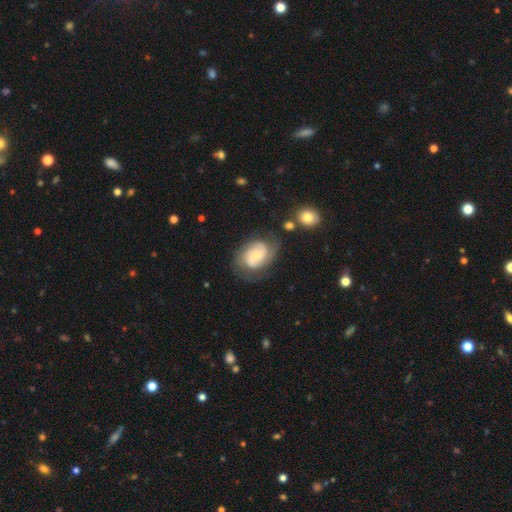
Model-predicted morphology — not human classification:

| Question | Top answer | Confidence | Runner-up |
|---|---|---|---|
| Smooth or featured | featured or disk | 65% | smooth (28%) |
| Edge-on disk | no | 97% | yes (3%) |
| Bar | no | 55% | weak (37%) |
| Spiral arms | yes | 91% | no (9%) |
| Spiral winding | medium | 42% | tight (41%) |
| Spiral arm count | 2 | 61% | can't tell (20%) |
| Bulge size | small | 58% | moderate (20%) |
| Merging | none | 56% | minor disturbance (24%) |